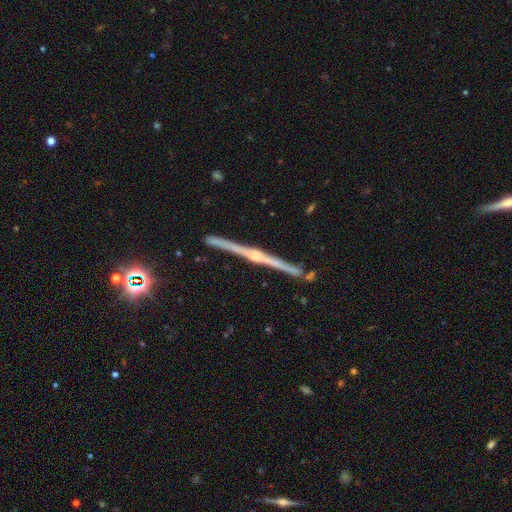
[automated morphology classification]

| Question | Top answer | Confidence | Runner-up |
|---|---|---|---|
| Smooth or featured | featured or disk | 86% | smooth (8%) |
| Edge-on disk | yes | 99% | no (1%) |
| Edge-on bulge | rounded | 77% | none (15%) |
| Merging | none | 91% | minor disturbance (6%) |